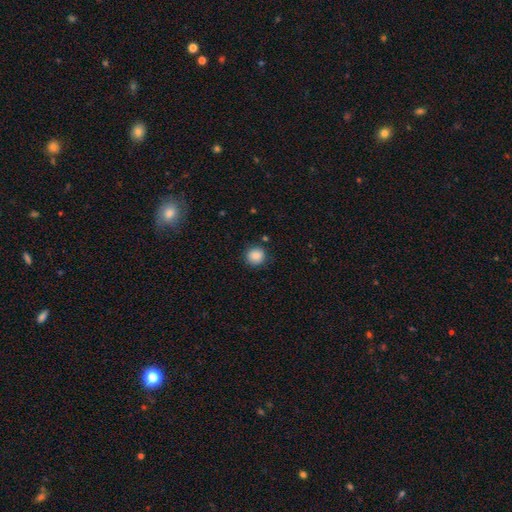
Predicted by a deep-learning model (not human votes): Smooth or featured: smooth — 87% (star or artifact — 9%)
How rounded: round — 91% (in between — 8%)
Merging: none — 87% (minor disturbance — 9%)